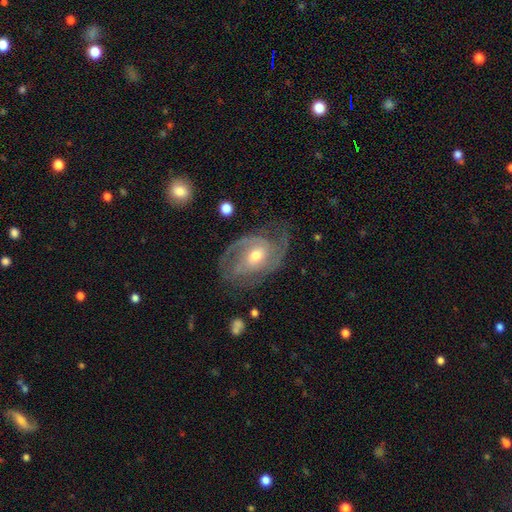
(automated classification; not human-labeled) Smooth or featured? Predicted: featured or disk (p=0.87). Edge-on disk? Predicted: no (p=0.97). Bar? Predicted: no (p=0.50). Spiral arms? Predicted: yes (p=0.95). Spiral winding? Predicted: medium (p=0.46). Spiral arm count? Predicted: 2 (p=0.61). Bulge size? Predicted: moderate (p=0.66). Merging? Predicted: none (p=0.63).